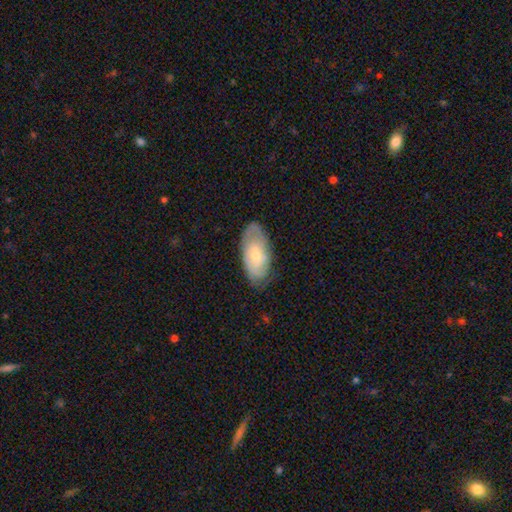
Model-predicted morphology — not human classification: Overall: smooth (50%; featured or disk 44%). Merging: none (72%).